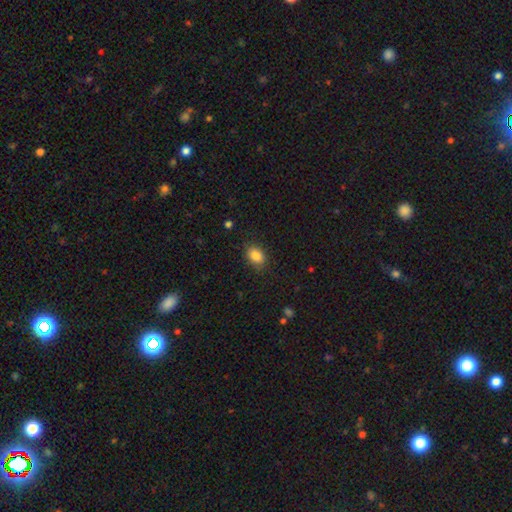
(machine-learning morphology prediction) Smooth or featured? Predicted: smooth (p=0.86). How rounded? Predicted: in between (p=0.77). Merging? Predicted: none (p=0.84).